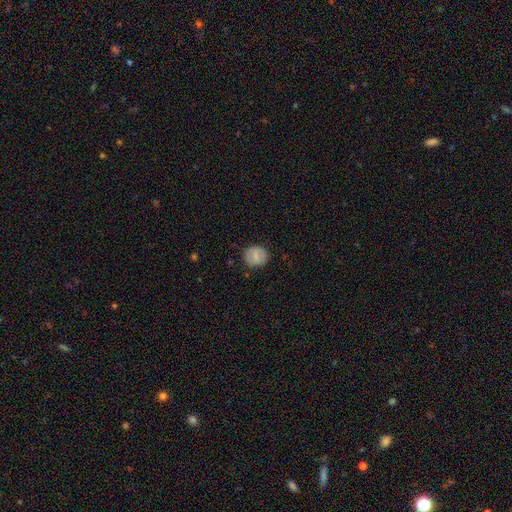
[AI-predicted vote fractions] smooth-or-featured: smooth: 72% | featured or disk: 20% | star or artifact: 8%
  how-rounded: round: 80% | in between: 19% | cigar-shaped: 1%
  merging: none: 86% | minor disturbance: 10% | major disturbance: 3% | merger: 1%